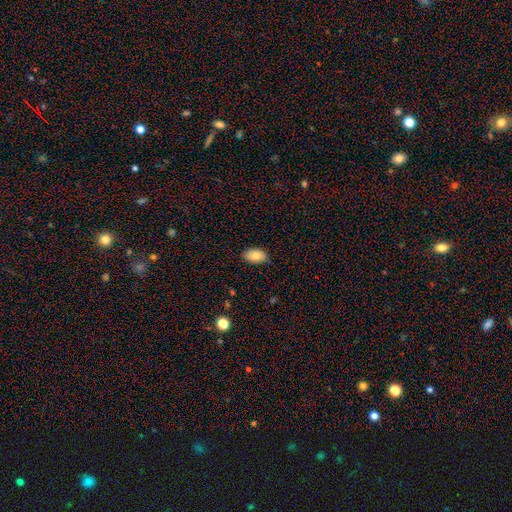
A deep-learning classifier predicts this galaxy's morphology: A smooth galaxy with no disk features (80%) that is in between round and cigar-shaped (91%).

Vote fractions:
- Smooth or featured? smooth: 80% / featured or disk: 12% / star or artifact: 8%
- How rounded? in between: 91% / round: 8% / cigar-shaped: 1%
- Merging? none: 79% / minor disturbance: 18% / major disturbance: 3% / merger: 1%